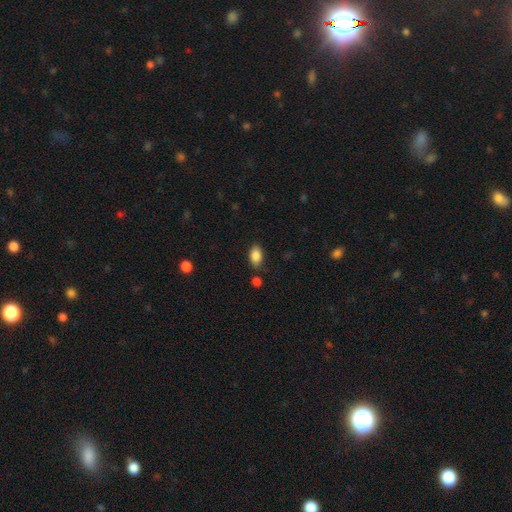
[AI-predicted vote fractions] Smooth or featured? Predicted: smooth (p=0.87). How rounded? Predicted: in between (p=0.91). Merging? Predicted: none (p=0.80).